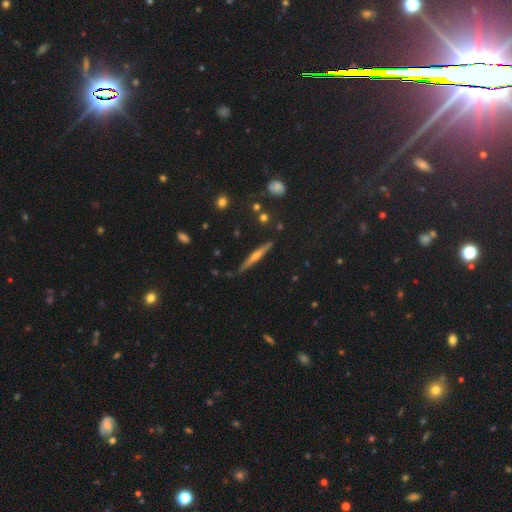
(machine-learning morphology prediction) The model was most divided on "smooth or featured": featured or disk: 60%, smooth: 31%, star or artifact: 9%. More confident: edge-on disk — yes (97%); merging — none (86%); edge-on bulge — rounded (64%).